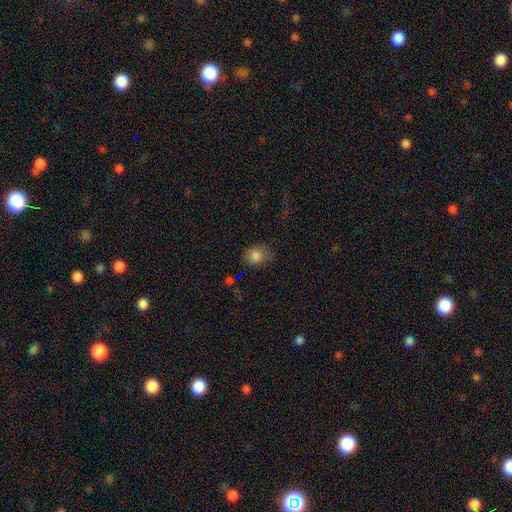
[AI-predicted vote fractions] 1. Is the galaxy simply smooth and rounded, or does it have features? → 84% smooth, 11% star or artifact, 6% featured or disk.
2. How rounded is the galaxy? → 58% round, 40% in between, 1% cigar-shaped.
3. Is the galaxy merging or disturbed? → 75% none, 18% minor disturbance, 5% major disturbance, 2% merger.